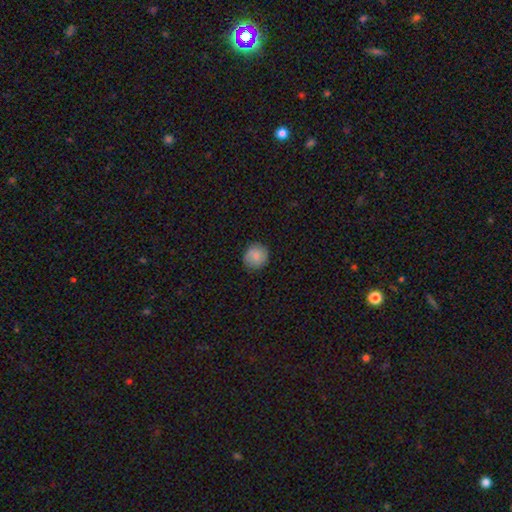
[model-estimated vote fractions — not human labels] Smooth or featured? smooth (83%)
How rounded? round (89%)
Merging? none (86%)